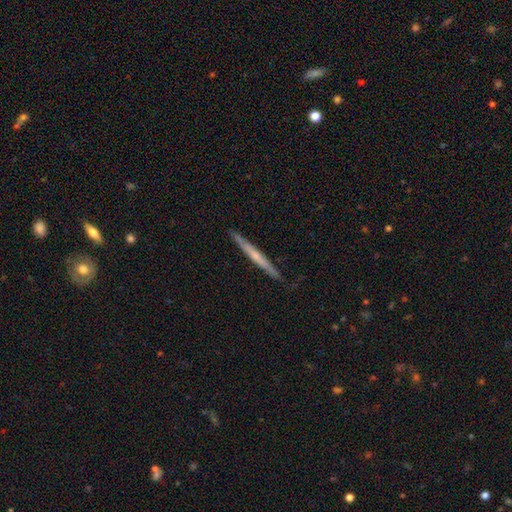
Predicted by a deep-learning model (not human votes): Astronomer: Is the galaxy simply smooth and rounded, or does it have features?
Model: featured or disk — 53% (runner-up: smooth, 41%).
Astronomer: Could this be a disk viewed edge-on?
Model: yes — 97%.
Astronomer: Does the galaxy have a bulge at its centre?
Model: none — 66%.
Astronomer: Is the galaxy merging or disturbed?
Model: none — 88%.